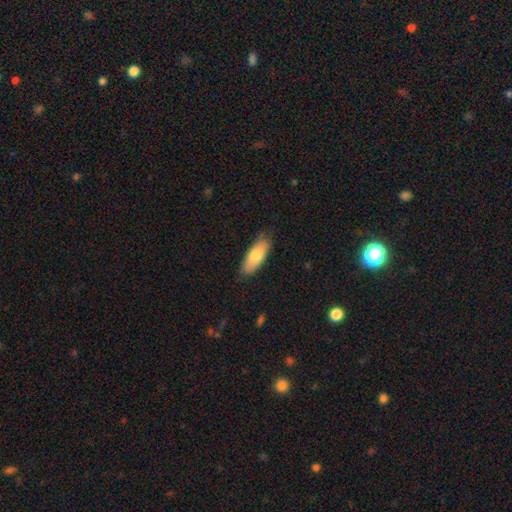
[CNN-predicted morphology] smooth 75%, featured or disk 19%, star or artifact 6%. Down the decision tree: how rounded — in between (76%); merging — none (81%).